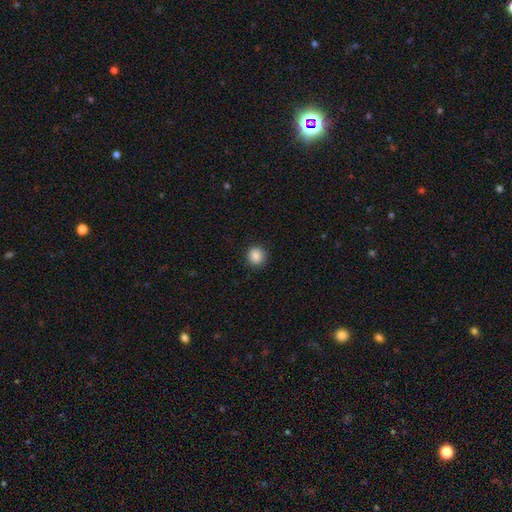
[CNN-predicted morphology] Smooth or featured? Predicted: smooth (p=0.87). How rounded? Predicted: round (p=0.90). Merging? Predicted: none (p=0.90).